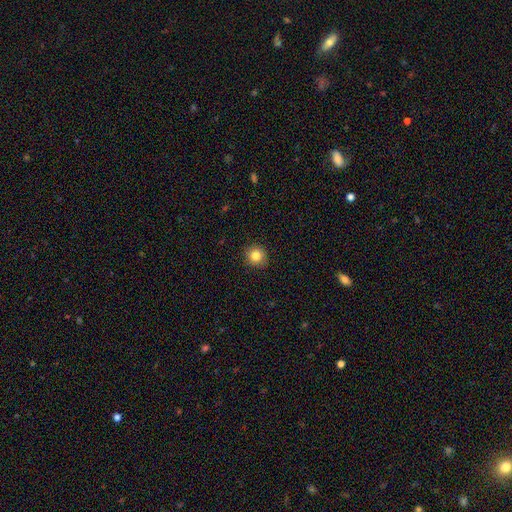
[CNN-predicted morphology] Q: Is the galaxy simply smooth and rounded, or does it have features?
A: smooth — 83%.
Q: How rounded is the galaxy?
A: round — 91%.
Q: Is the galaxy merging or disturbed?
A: none — 91%.